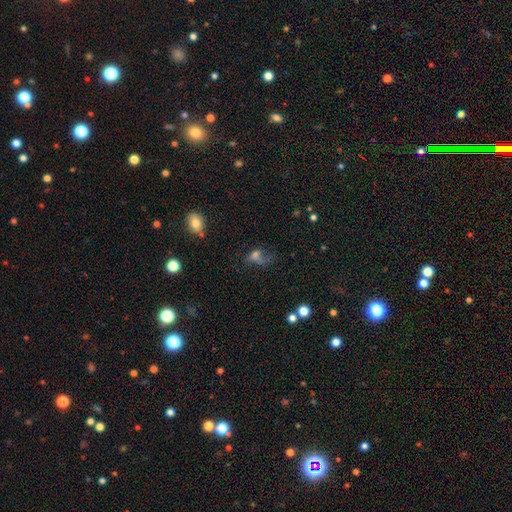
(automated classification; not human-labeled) Smooth or featured?
  - smooth: 49% *
  - featured or disk: 28%
  - star or artifact: 23%
Merging?
  - major disturbance: 43% *
  - none: 29%
  - minor disturbance: 18%
  - merger: 9%